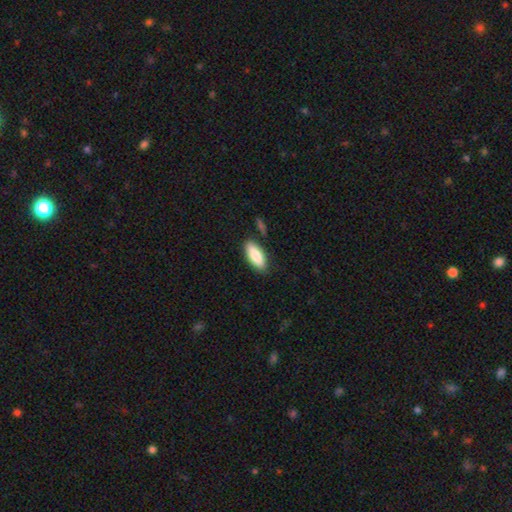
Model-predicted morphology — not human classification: smooth 85%, featured or disk 9%, star or artifact 6%. Down the decision tree: how rounded — in between (78%); merging — none (82%).